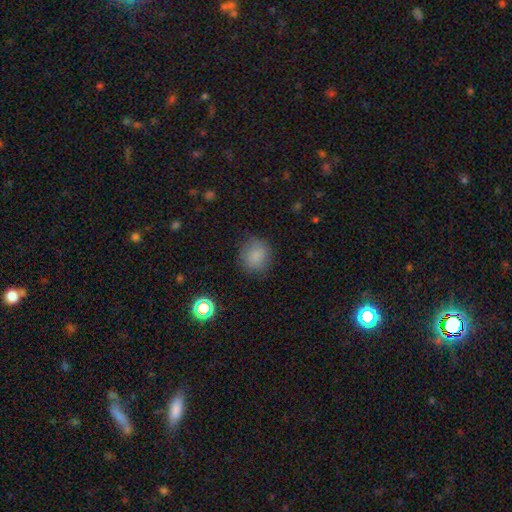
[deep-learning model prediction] Overall: smooth (83%). How rounded: round (84%). Merging: none (81%).